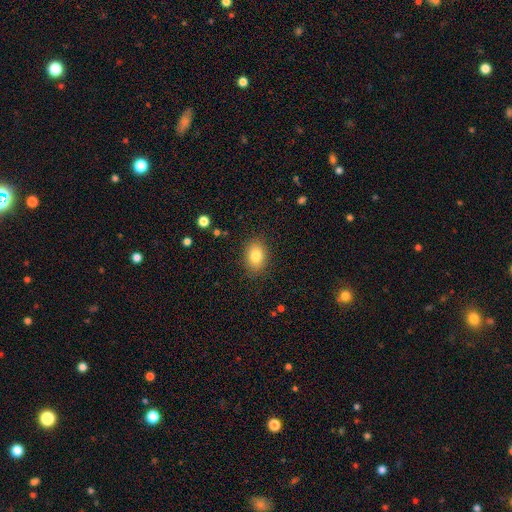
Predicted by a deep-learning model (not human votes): Smooth or featured? Predicted: smooth (p=0.82). How rounded? Predicted: in between (p=0.73). Merging? Predicted: none (p=0.86).